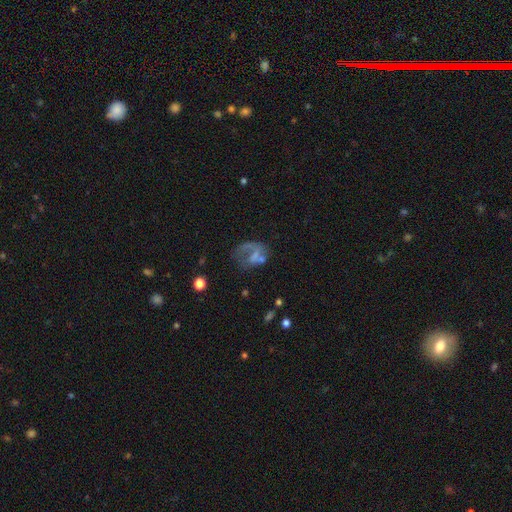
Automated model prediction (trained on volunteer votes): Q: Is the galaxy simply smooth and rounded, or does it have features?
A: featured or disk — 50%.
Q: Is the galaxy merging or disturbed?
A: major disturbance — 43%.